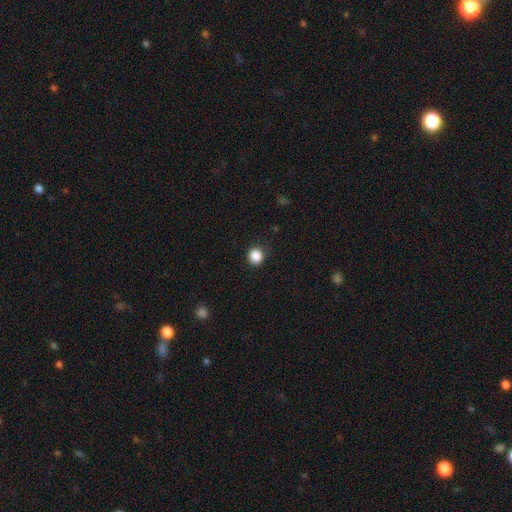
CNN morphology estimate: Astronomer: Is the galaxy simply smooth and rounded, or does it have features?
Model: smooth — 87%.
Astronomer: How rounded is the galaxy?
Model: round — 89%.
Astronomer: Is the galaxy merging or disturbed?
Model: none — 90%.